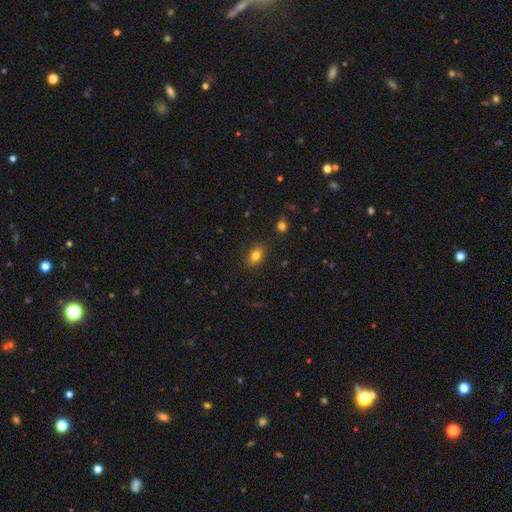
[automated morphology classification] The model was most divided on "how rounded": in between: 85%, round: 13%, cigar-shaped: 3%. More confident: merging — none (86%); smooth or featured — smooth (83%).